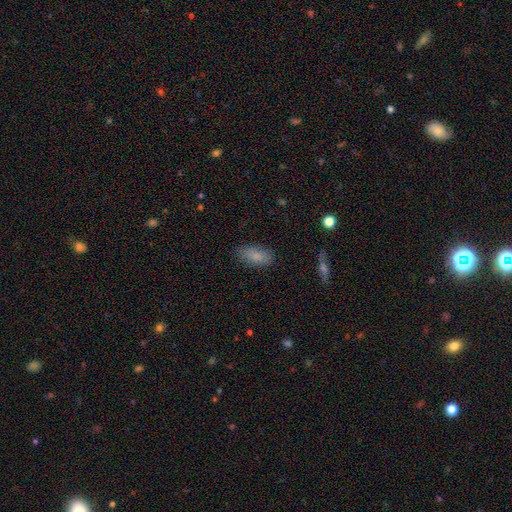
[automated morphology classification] A smooth galaxy with no disk features (84%) that is in between round and cigar-shaped (88%).

Vote fractions:
- Smooth or featured? smooth: 84% / featured or disk: 9% / star or artifact: 7%
- How rounded? in between: 88% / cigar-shaped: 9% / round: 3%
- Merging? none: 84% / minor disturbance: 12% / major disturbance: 3% / merger: 1%